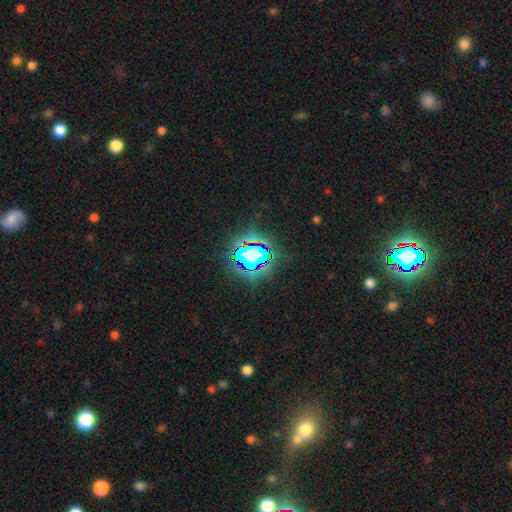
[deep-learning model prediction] Morphology: type=star or artifact (70%).